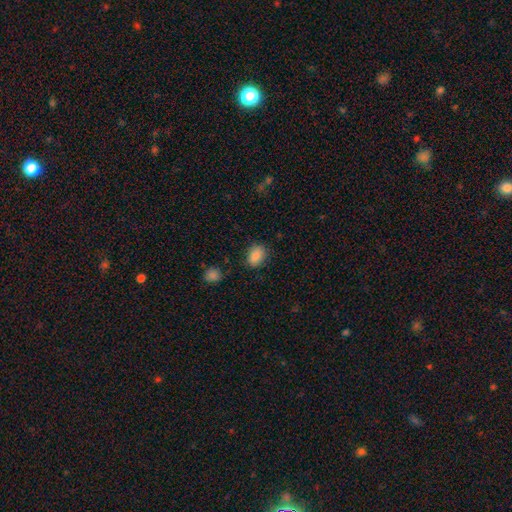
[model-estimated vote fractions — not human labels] Morphology: type=smooth (87%); roundness=in between (69%); merging=none (81%).